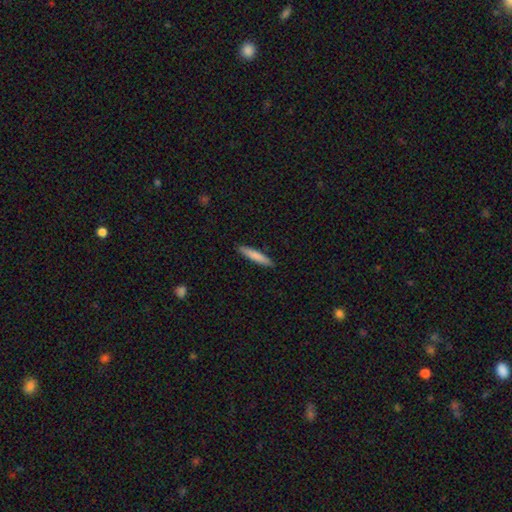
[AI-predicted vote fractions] Smooth or featured? Predicted: smooth (p=0.81). How rounded? Predicted: cigar-shaped (p=0.91). Merging? Predicted: none (p=0.90).